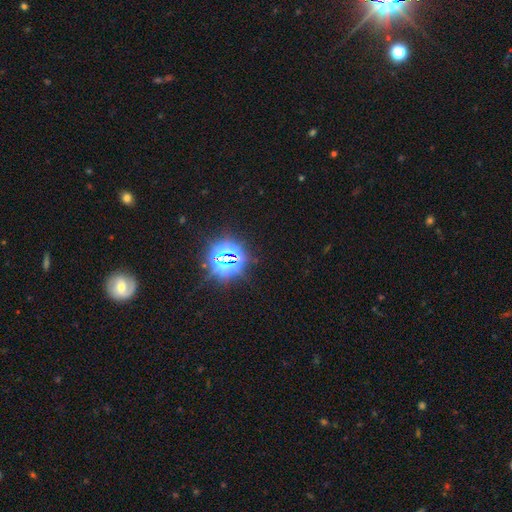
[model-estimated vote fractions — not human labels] Morphology: type=star or artifact (79%).